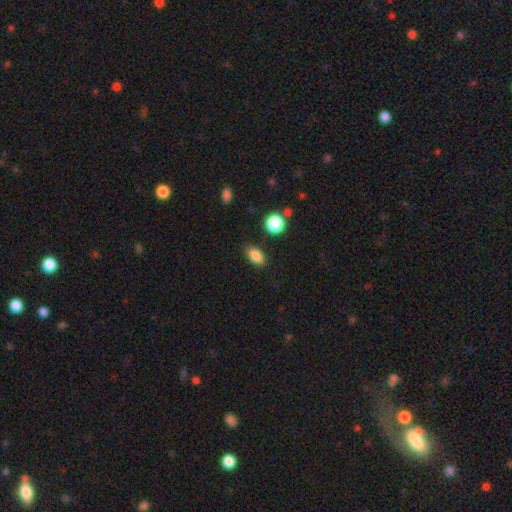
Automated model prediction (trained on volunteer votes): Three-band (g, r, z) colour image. It shows a smooth galaxy with no disk features (85%) that is in between round and cigar-shaped (85%). Merging: none (84%).